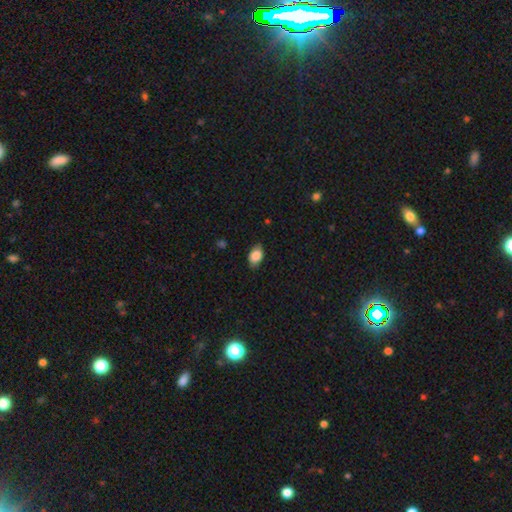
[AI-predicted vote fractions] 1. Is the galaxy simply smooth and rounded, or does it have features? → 85% smooth, 8% star or artifact, 7% featured or disk.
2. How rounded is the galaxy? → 85% in between, 14% round, 2% cigar-shaped.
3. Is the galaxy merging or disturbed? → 80% none, 17% minor disturbance, 3% major disturbance, 1% merger.